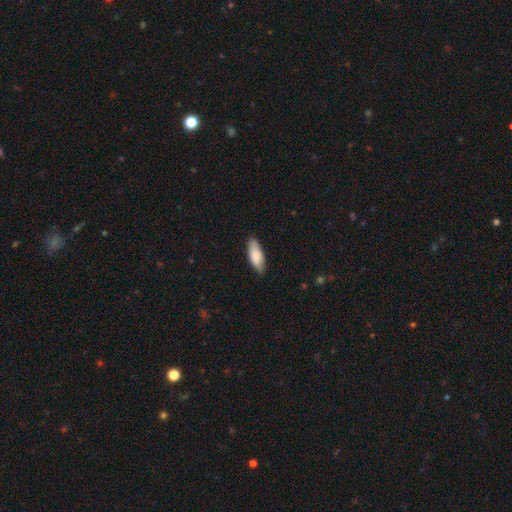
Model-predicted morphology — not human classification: This is clearly a smooth galaxy (83%). How rounded: likely in between (76%). Merging: clearly none (82%).